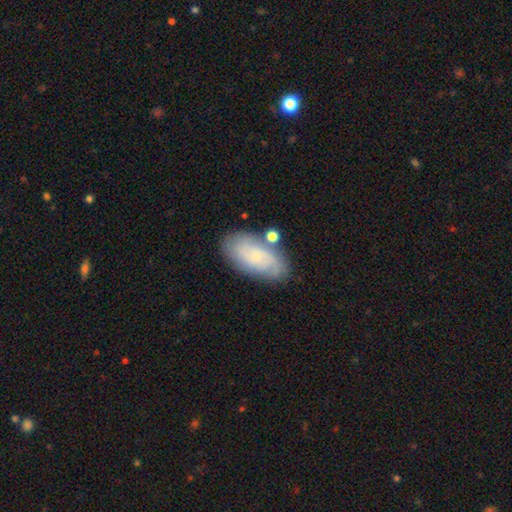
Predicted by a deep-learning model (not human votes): featured or disk 51%, smooth 41%, star or artifact 8%. Down the decision tree: edge-on disk — no (93%); merging — none (71%).